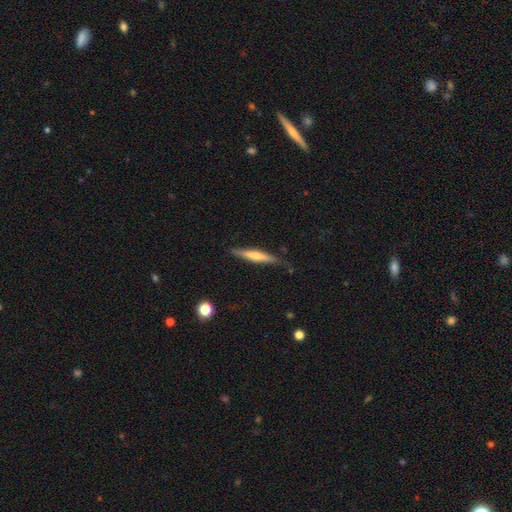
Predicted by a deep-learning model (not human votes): The model was most divided on "smooth or featured": smooth: 53%, featured or disk: 41%, star or artifact: 6%. More confident: how rounded — cigar-shaped (92%); merging — none (75%).